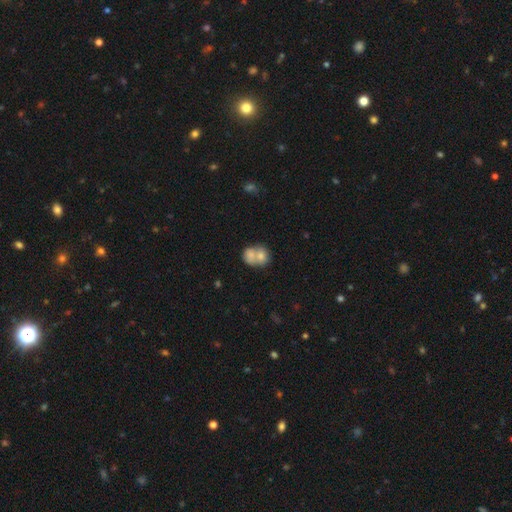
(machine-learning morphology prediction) smooth-or-featured: smooth: 72% | featured or disk: 21% | star or artifact: 8%
  how-rounded: round: 57% | in between: 42% | cigar-shaped: 1%
  merging: merger: 70% | none: 20% | minor disturbance: 6% | major disturbance: 3%